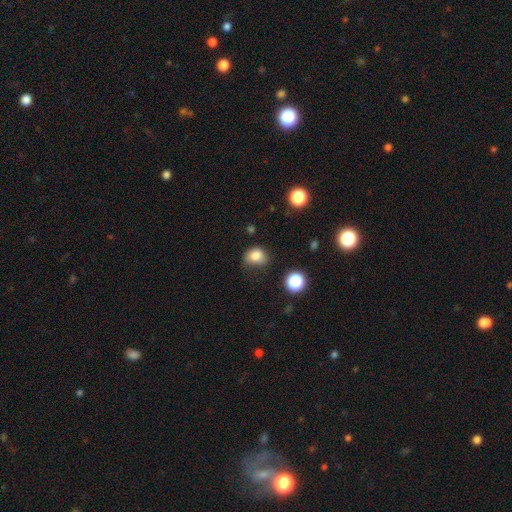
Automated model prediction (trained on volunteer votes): A smooth galaxy with no disk features (81%) that is round (56%).

Vote fractions:
- Smooth or featured? smooth: 81% / star or artifact: 12% / featured or disk: 7%
- How rounded? round: 56% / in between: 44% / cigar-shaped: 1%
- Merging? none: 61% / minor disturbance: 28% / major disturbance: 8% / merger: 3%